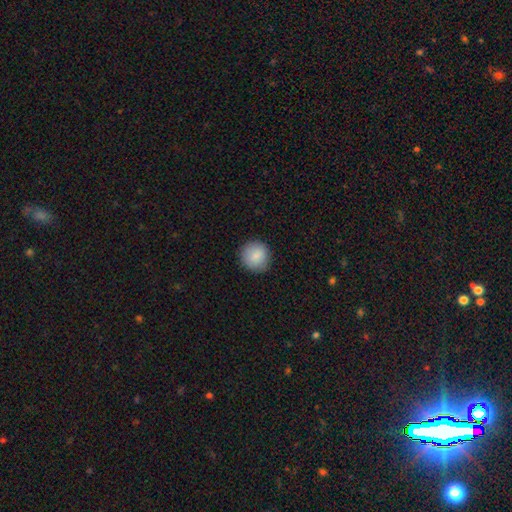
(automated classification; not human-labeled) Q: Smooth or featured?
A: smooth (88%); runner-up: star or artifact (8%)
Q: How rounded?
A: round (93%); runner-up: in between (6%)
Q: Merging?
A: none (89%); runner-up: minor disturbance (8%)